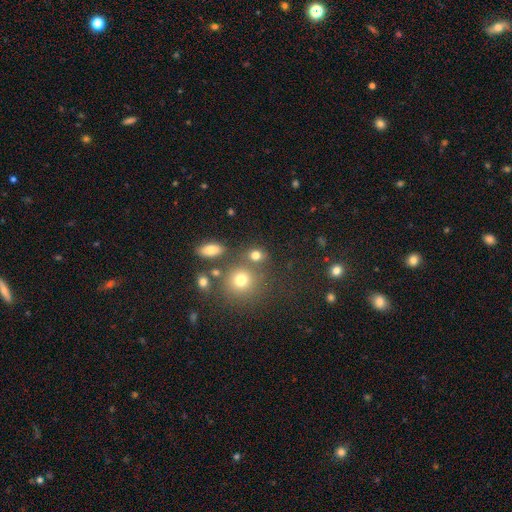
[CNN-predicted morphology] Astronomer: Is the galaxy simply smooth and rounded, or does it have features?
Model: smooth — 75%.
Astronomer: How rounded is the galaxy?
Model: round — 67%.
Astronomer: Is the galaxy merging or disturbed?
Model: none — 66%.